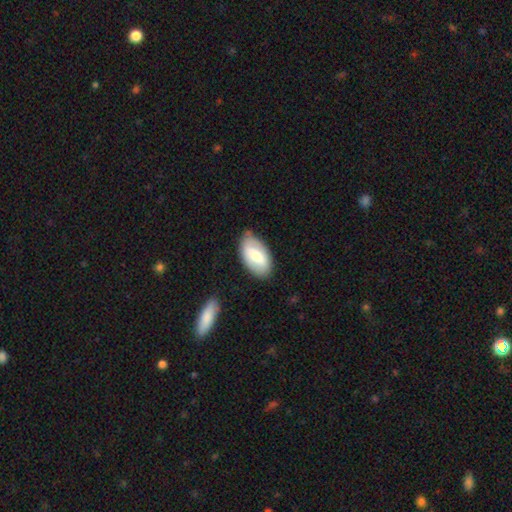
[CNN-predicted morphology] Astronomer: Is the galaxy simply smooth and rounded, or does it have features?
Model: smooth — 65%.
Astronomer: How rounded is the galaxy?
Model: in between — 94%.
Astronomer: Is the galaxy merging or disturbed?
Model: none — 76%.